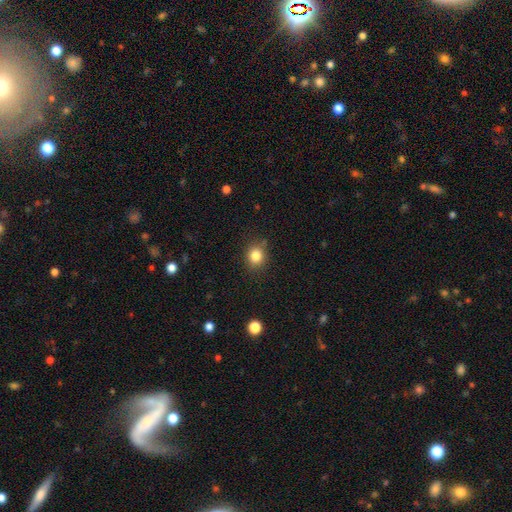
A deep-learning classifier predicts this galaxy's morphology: Smooth or featured: smooth — 82% (star or artifact — 12%)
How rounded: round — 77% (in between — 22%)
Merging: none — 83% (minor disturbance — 12%)